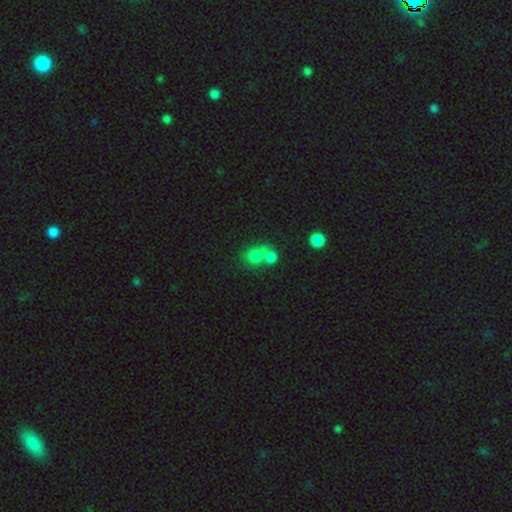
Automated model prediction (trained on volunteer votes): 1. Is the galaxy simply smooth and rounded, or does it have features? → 75% smooth, 14% star or artifact, 11% featured or disk.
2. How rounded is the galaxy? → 76% round, 23% in between, 1% cigar-shaped.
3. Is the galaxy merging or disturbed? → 47% merger, 39% none, 9% minor disturbance, 5% major disturbance.